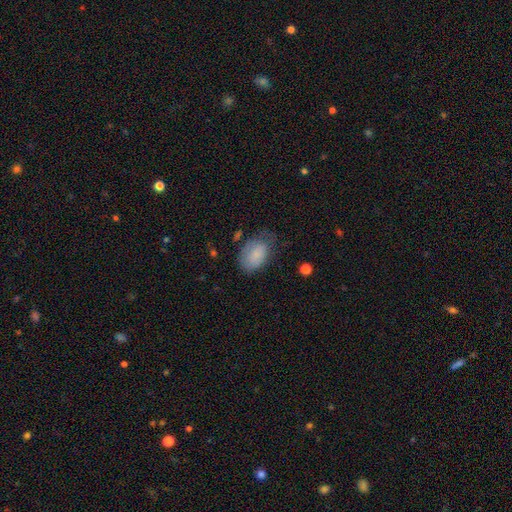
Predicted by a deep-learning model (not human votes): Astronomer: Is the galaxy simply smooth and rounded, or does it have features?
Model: smooth — 82%.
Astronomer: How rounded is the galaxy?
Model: in between — 88%.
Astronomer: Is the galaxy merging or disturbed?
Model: none — 51% (runner-up: minor disturbance, 32%).